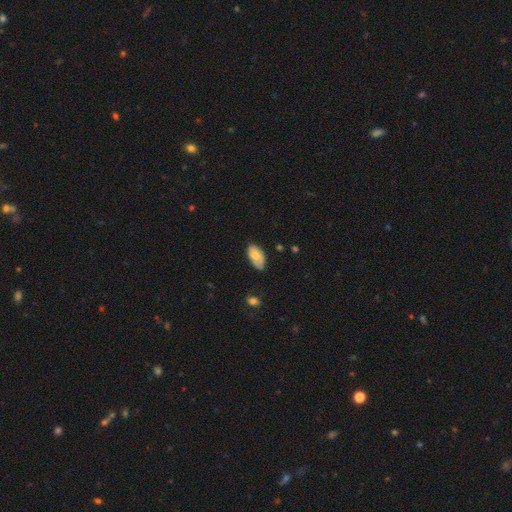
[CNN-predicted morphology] Overall: smooth (68%). How rounded: in between (94%). Merging: none (69%).